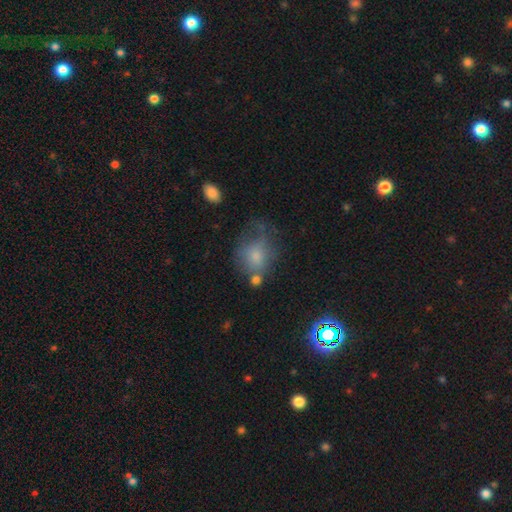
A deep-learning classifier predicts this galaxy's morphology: smooth_or_featured: smooth (p=0.67) [alt: featured or disk p=0.22]
how_rounded: in between (p=0.51) [alt: round p=0.48]
merging: none (p=0.34) [alt: major disturbance p=0.30]